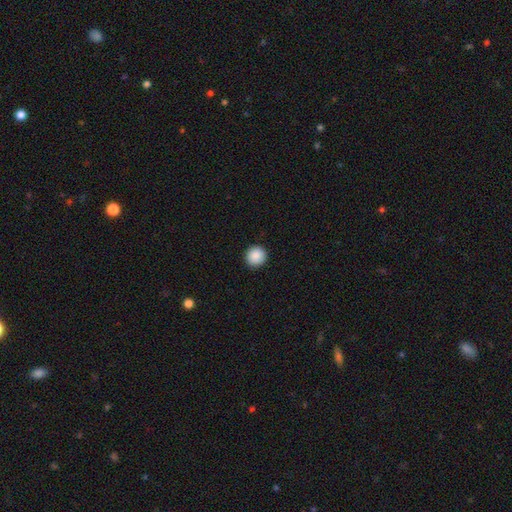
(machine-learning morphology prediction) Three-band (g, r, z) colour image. It shows a smooth galaxy with no disk features (89%) that is round (93%). Merging: none (92%).